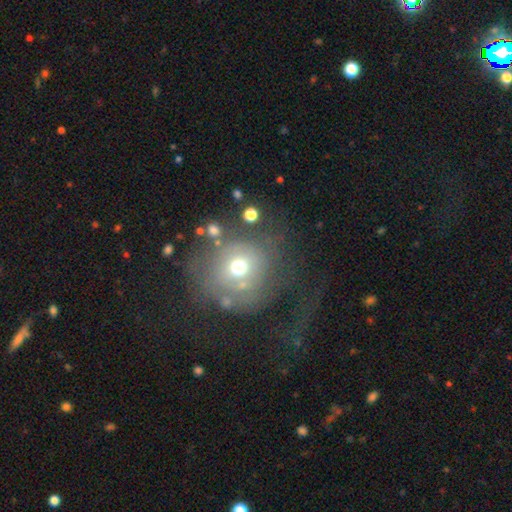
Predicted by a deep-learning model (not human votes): Overall: smooth (45%; featured or disk 36%). Merging: major disturbance (39%; none 38%).